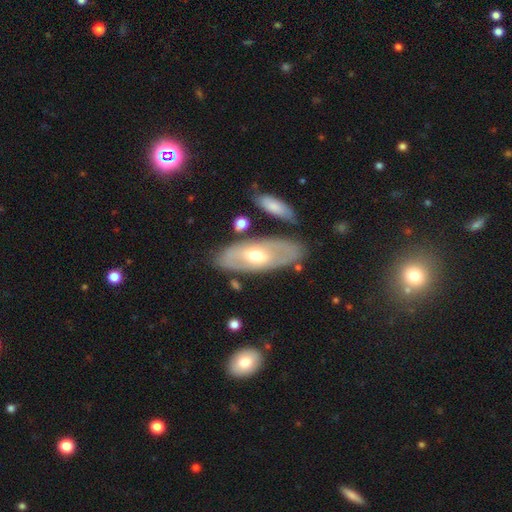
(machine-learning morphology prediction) Smooth or featured: featured or disk — 59% (smooth — 35%)
Edge-on disk: no — 82% (yes — 18%)
Merging: none — 76% (minor disturbance — 15%)